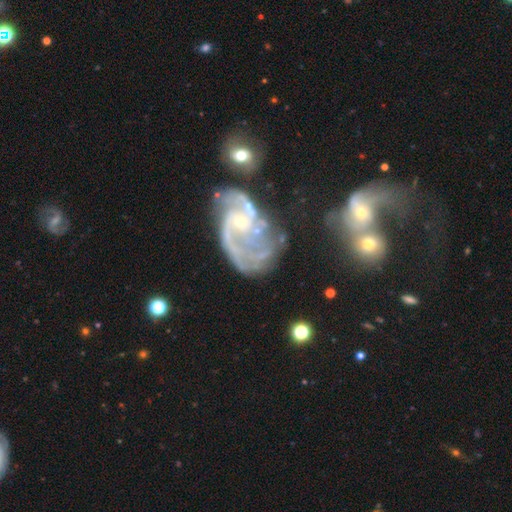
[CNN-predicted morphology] This appears to be a featured or disk galaxy (84%) with no bar (61%), 2 (46%) medium (46%) spiral arms (91%) and a small central bulge (71%). Merging: none (30%).